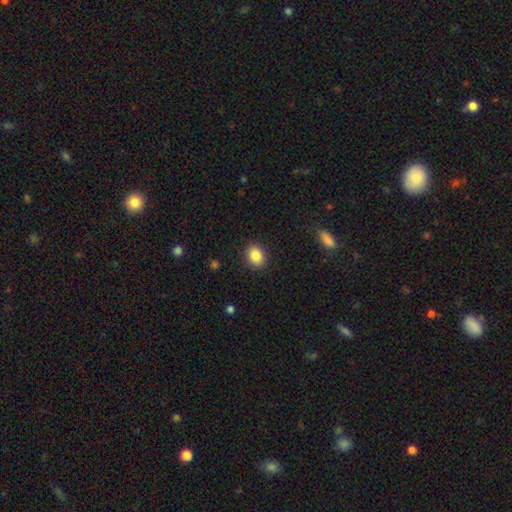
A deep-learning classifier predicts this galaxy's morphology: smooth-or-featured: smooth: 85% | star or artifact: 9% | featured or disk: 6%
  how-rounded: in between: 57% | round: 42% | cigar-shaped: 1%
  merging: none: 89% | minor disturbance: 8% | major disturbance: 2% | merger: 1%